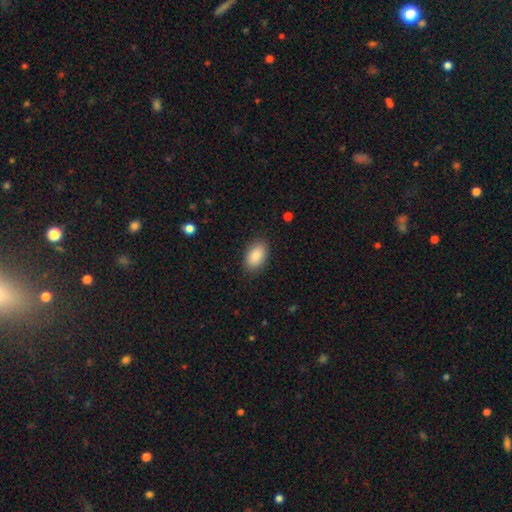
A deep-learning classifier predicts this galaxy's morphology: Smooth or featured?
  - smooth: 89% *
  - star or artifact: 7%
  - featured or disk: 4%
How rounded?
  - in between: 92% *
  - round: 7%
  - cigar-shaped: 1%
Merging?
  - none: 87% *
  - minor disturbance: 10%
  - major disturbance: 3%
  - merger: 1%